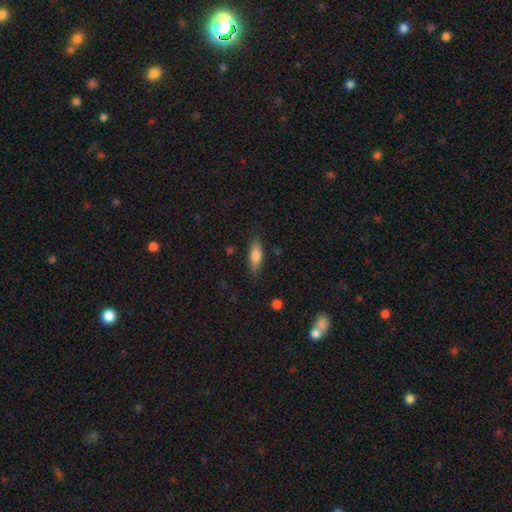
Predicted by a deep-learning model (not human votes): Overall: smooth (78%). How rounded: in between (67%; cigar-shaped 31%). Merging: none (81%).